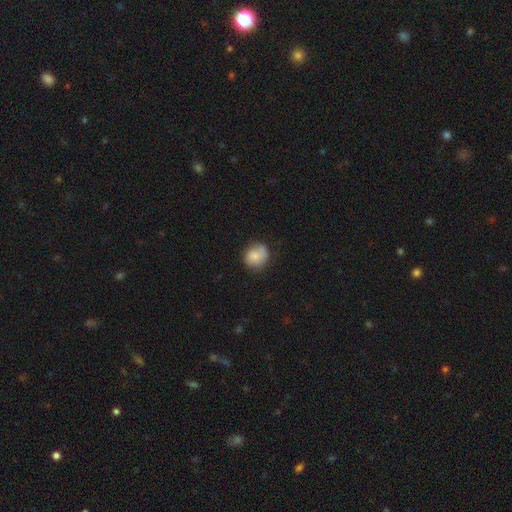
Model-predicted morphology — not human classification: Q: Smooth or featured?
A: smooth (76%); runner-up: featured or disk (16%)
Q: How rounded?
A: round (76%); runner-up: in between (23%)
Q: Merging?
A: none (65%); runner-up: minor disturbance (24%)